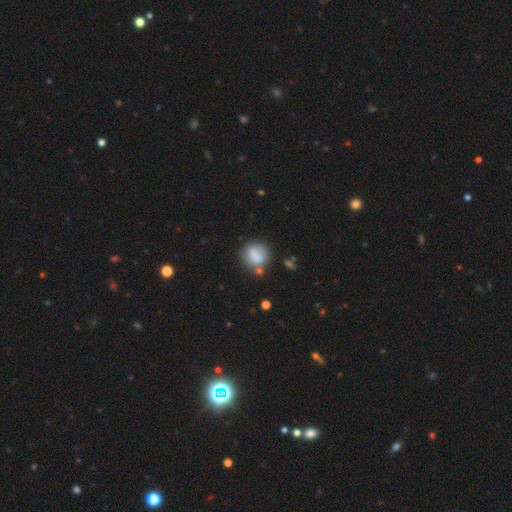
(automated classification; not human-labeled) Morphology: type=smooth (77%); roundness=round (76%); merging=none (60%).